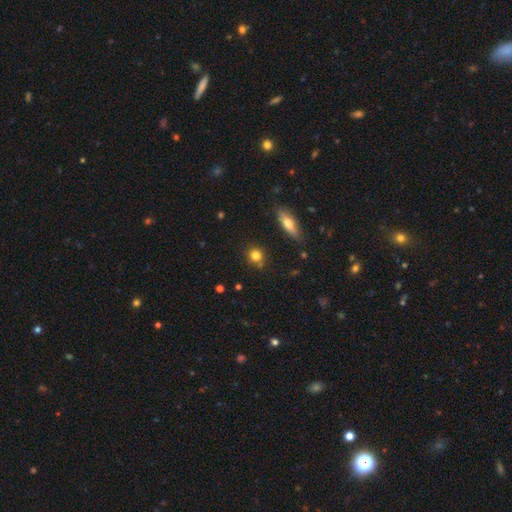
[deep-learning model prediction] Q: Smooth or featured?
A: smooth (78%); runner-up: star or artifact (12%)
Q: How rounded?
A: round (83%); runner-up: in between (15%)
Q: Merging?
A: none (78%); runner-up: minor disturbance (12%)